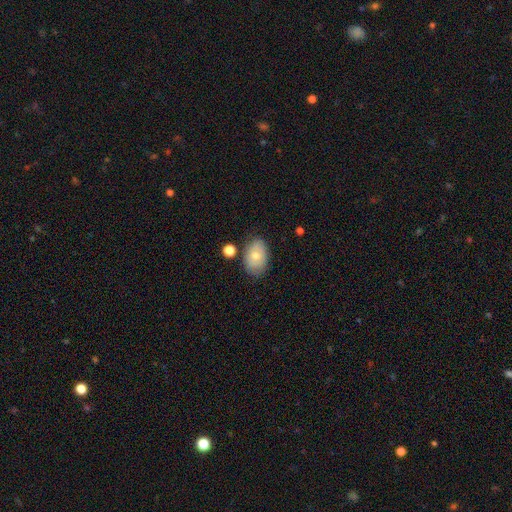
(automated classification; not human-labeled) smooth 69%, featured or disk 23%, star or artifact 8%. Down the decision tree: how rounded — in between (85%); merging — none (73%).